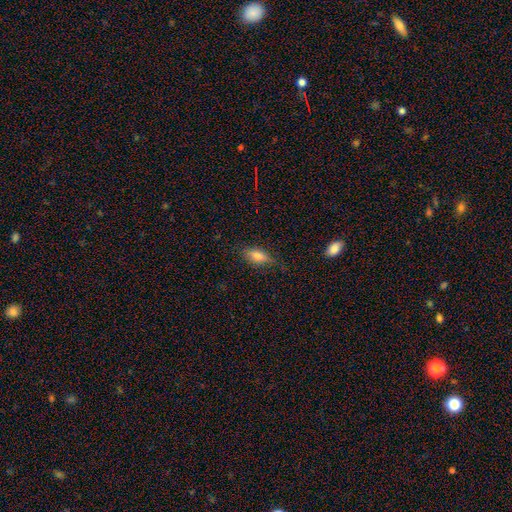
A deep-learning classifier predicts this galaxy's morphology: This is likely a smooth galaxy (70%). How rounded: likely in between (75%). Merging: likely none (72%).